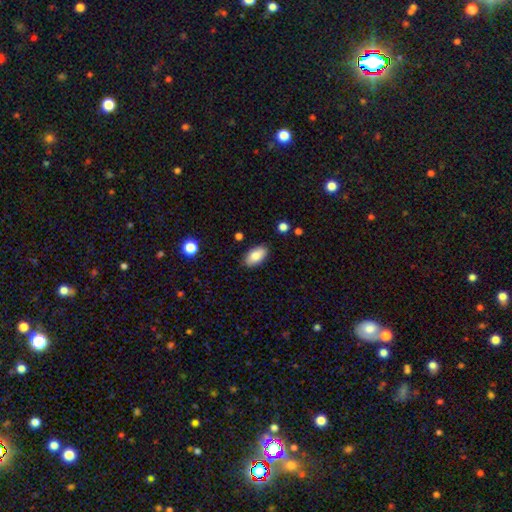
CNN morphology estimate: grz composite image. It shows a smooth galaxy with no disk features (84%) that is in between round and cigar-shaped (94%). Merging: none (86%).